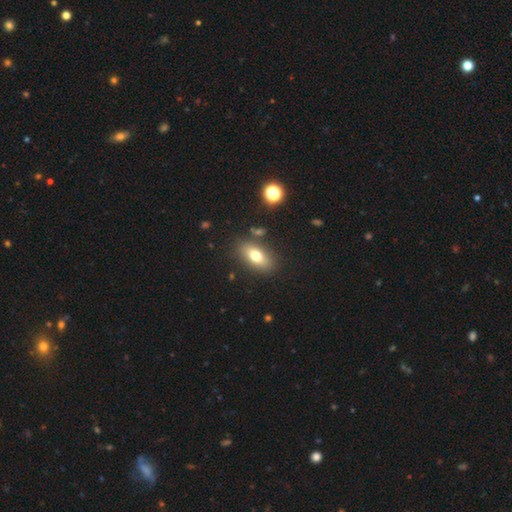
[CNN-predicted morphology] Smooth or featured?
  - smooth: 73% *
  - featured or disk: 18%
  - star or artifact: 10%
How rounded?
  - in between: 84% *
  - cigar-shaped: 8%
  - round: 8%
Merging?
  - none: 83% *
  - minor disturbance: 10%
  - merger: 4%
  - major disturbance: 3%